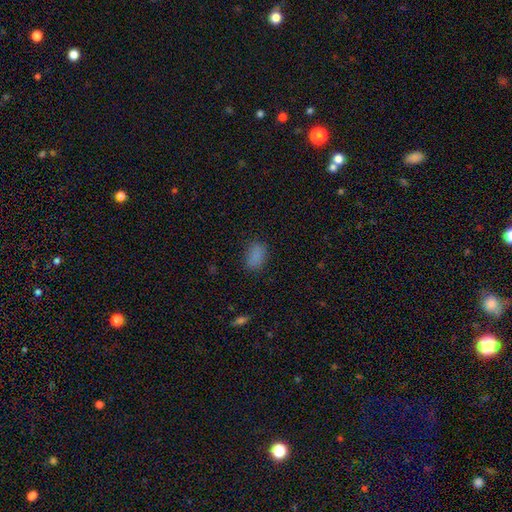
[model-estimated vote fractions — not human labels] smooth_or_featured: smooth (p=0.82) [alt: star or artifact p=0.13]
how_rounded: in between (p=0.87) [alt: round p=0.11]
merging: none (p=0.79) [alt: minor disturbance p=0.15]